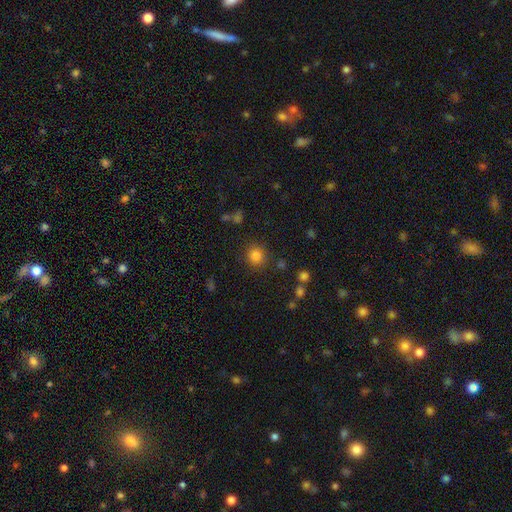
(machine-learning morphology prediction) type=smooth (82%); roundness=round (91%); merging=none (86%).